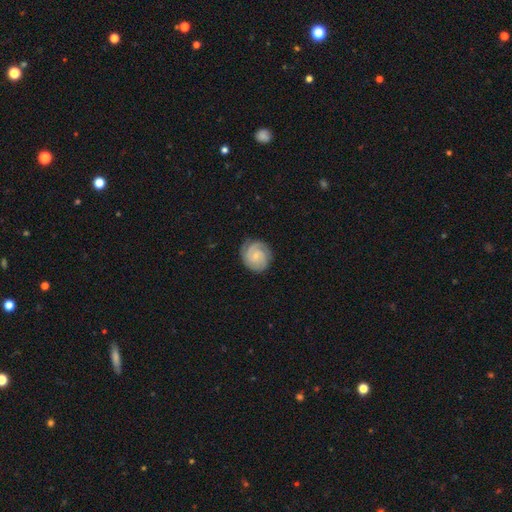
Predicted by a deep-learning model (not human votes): This appears to be a featured or disk galaxy (74%) with no bar (69%), 2 (33%) tight (69%) spiral arms (96%) and a small central bulge (74%). Merging: none (81%).